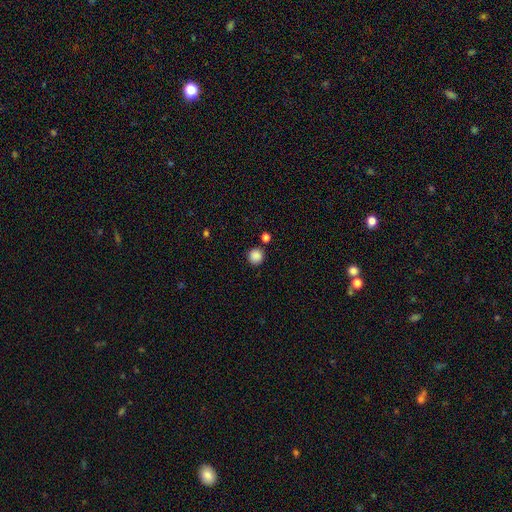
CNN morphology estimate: smooth_or_featured: smooth (p=0.87) [alt: star or artifact p=0.10]
how_rounded: round (p=0.94) [alt: in between p=0.05]
merging: none (p=0.85) [alt: minor disturbance p=0.07]